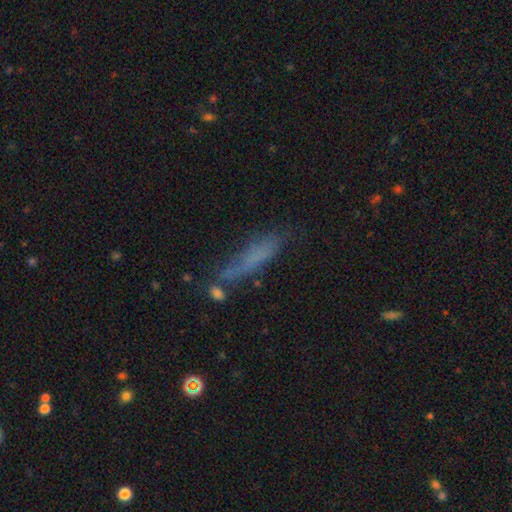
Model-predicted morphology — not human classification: Smooth or featured: smooth — 62% (featured or disk — 26%)
How rounded: cigar-shaped — 80% (in between — 18%)
Merging: none — 52% (minor disturbance — 25%)